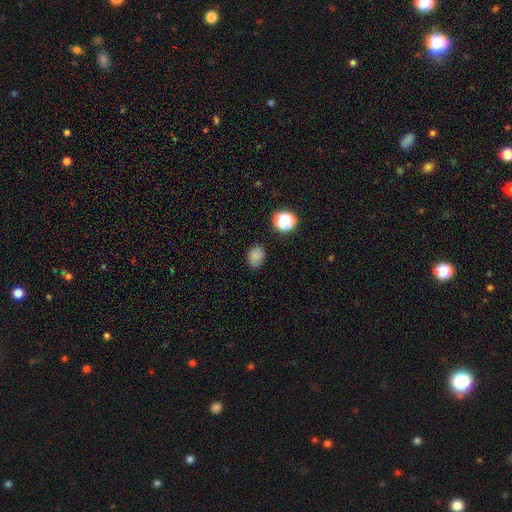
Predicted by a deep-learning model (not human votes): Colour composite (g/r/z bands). It shows a smooth galaxy with no disk features (78%) that is in between round and cigar-shaped (60%). Merging: none (77%).